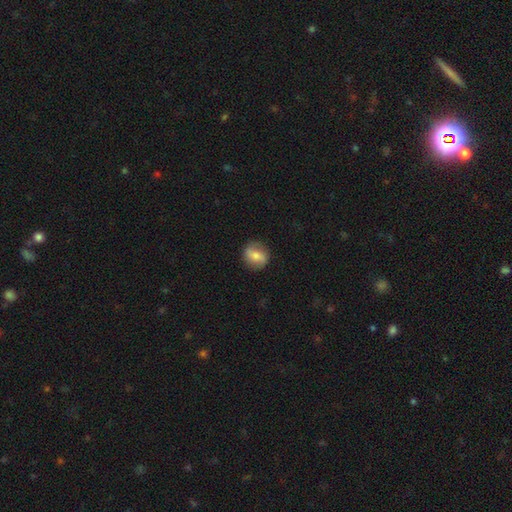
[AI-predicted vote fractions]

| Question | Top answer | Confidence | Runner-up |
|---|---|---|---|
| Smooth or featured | smooth | 60% | featured or disk (32%) |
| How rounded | round | 75% | in between (23%) |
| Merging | none | 84% | minor disturbance (11%) |